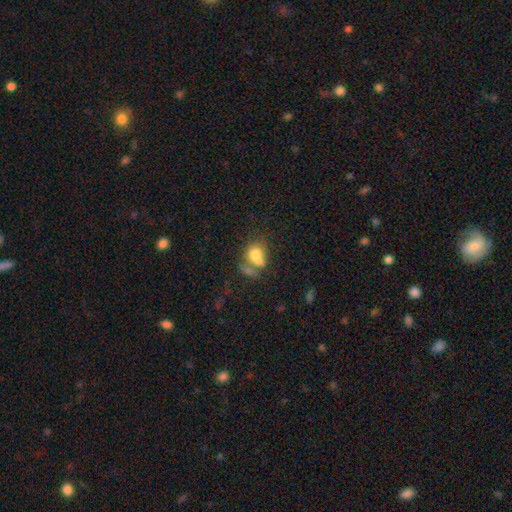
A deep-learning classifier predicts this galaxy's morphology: A smooth galaxy with no disk features (71%) that is in between round and cigar-shaped (59%). Merging: merger (44%).